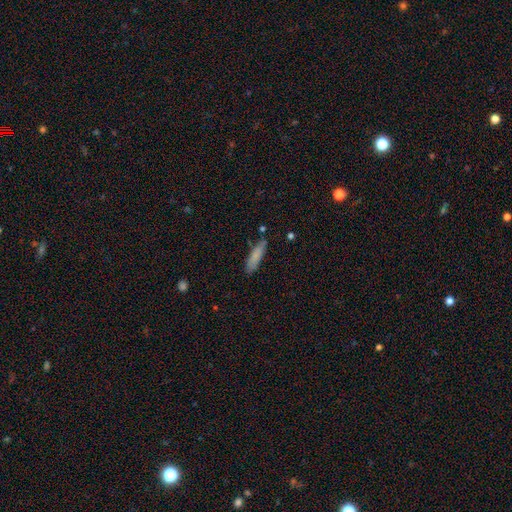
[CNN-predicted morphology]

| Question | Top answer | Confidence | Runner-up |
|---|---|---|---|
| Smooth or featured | smooth | 80% | featured or disk (14%) |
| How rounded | cigar-shaped | 72% | in between (27%) |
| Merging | none | 78% | minor disturbance (16%) |